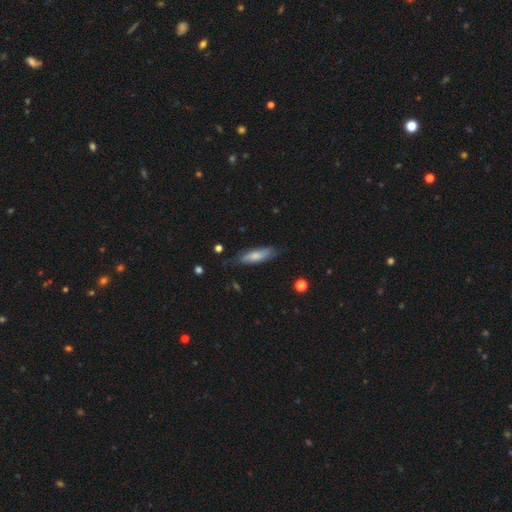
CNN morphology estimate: A smooth galaxy with no disk features (67%) that is cigar-shaped (54%). Merging: none (71%).